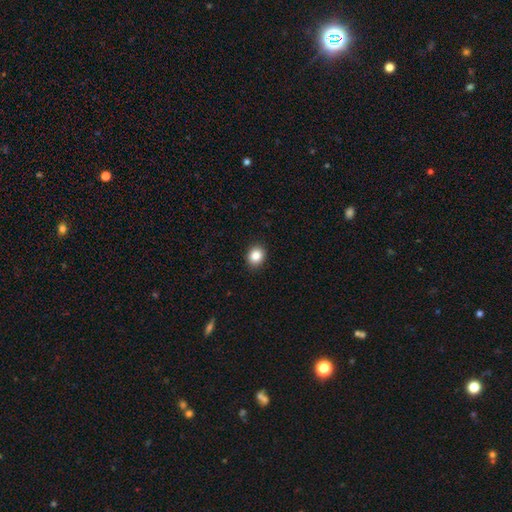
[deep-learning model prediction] smooth-or-featured: smooth: 87% | star or artifact: 9% | featured or disk: 4%
  how-rounded: round: 68% | in between: 31% | cigar-shaped: 1%
  merging: none: 90% | minor disturbance: 7% | major disturbance: 2% | merger: 1%